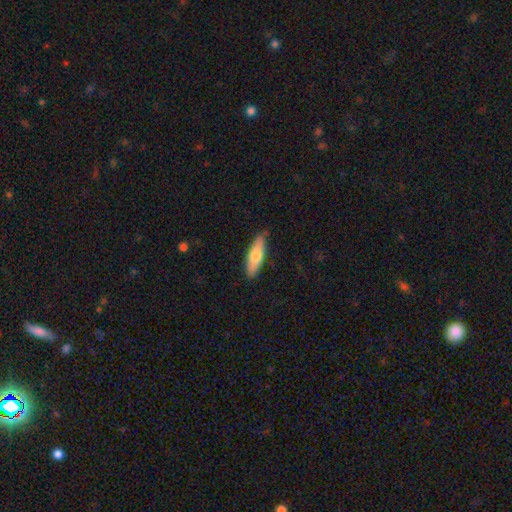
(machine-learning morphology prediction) The model was most divided on "how rounded": cigar-shaped: 52%, in between: 46%, round: 2%. More confident: merging — none (81%); smooth or featured — smooth (71%).